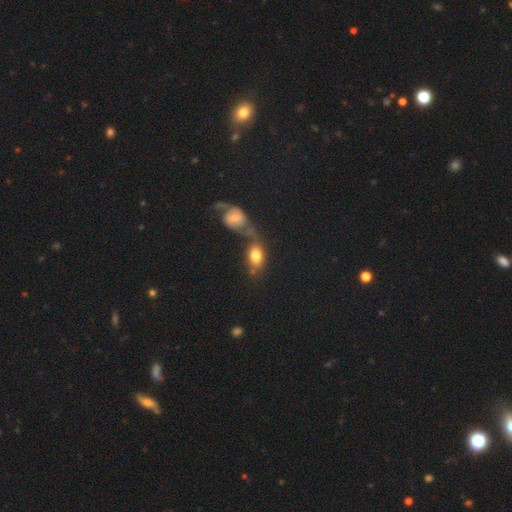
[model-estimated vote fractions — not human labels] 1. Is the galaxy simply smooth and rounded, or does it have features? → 74% smooth, 17% featured or disk, 9% star or artifact.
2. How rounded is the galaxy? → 82% in between, 16% round, 3% cigar-shaped.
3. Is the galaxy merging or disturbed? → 46% merger, 32% none, 13% minor disturbance, 8% major disturbance.